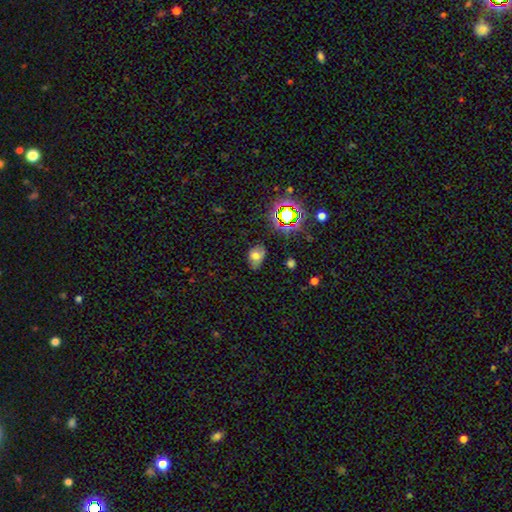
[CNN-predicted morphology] smooth_or_featured: smooth (p=0.65) [alt: star or artifact p=0.19]
how_rounded: in between (p=0.75) [alt: round p=0.24]
merging: none (p=0.59) [alt: minor disturbance p=0.30]